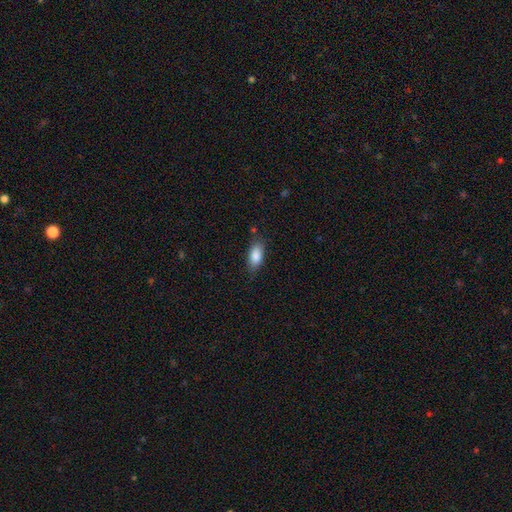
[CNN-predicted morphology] Smooth or featured: smooth — 87% (star or artifact — 7%)
How rounded: in between — 88% (cigar-shaped — 9%)
Merging: none — 78% (minor disturbance — 16%)